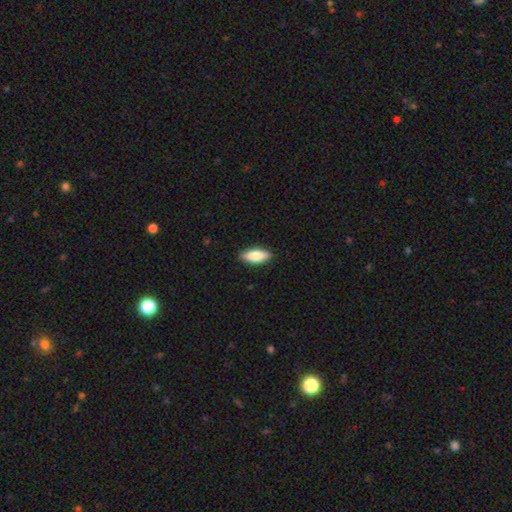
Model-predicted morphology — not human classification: smooth_or_featured: smooth (p=0.80) [alt: featured or disk p=0.15]
how_rounded: in between (p=0.75) [alt: cigar-shaped p=0.22]
merging: none (p=0.89) [alt: minor disturbance p=0.09]